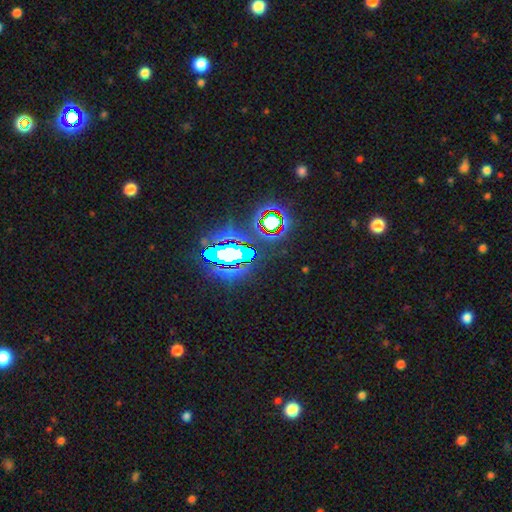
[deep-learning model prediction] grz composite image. It shows a star or artifact, not a galaxy (82%).